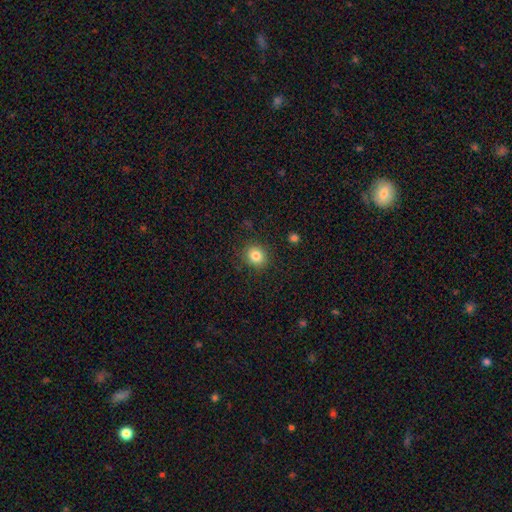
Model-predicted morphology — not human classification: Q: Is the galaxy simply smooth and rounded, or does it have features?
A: smooth — 82%.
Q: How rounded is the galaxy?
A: round — 82%.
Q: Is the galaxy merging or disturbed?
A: none — 89%.